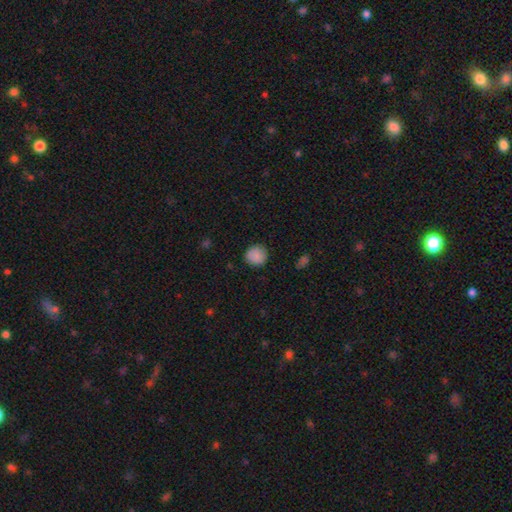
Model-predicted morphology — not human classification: smooth 87%, star or artifact 8%, featured or disk 5%. Down the decision tree: how rounded — round (90%); merging — none (86%).